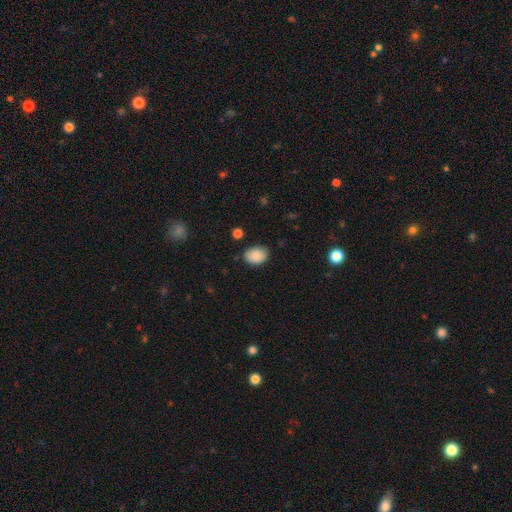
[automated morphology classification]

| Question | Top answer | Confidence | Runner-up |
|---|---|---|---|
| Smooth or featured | smooth | 88% | star or artifact (8%) |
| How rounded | in between | 71% | round (28%) |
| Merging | none | 80% | minor disturbance (15%) |